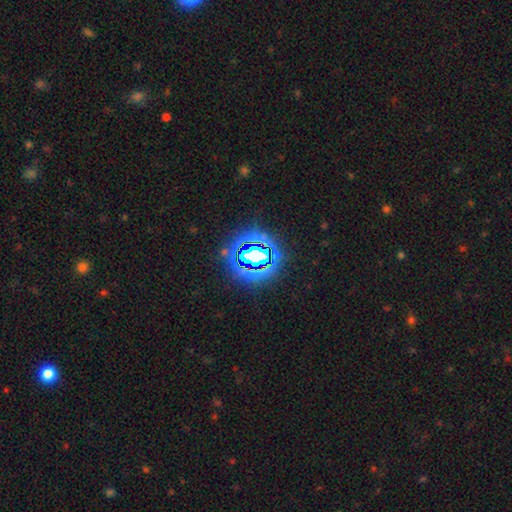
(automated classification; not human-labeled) This appears to be a star or artifact, not a galaxy (73%).